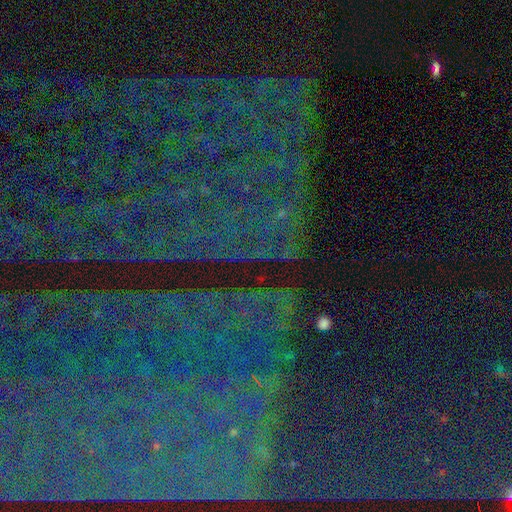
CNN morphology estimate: Smooth or featured: star or artifact — 82% (featured or disk — 9%)